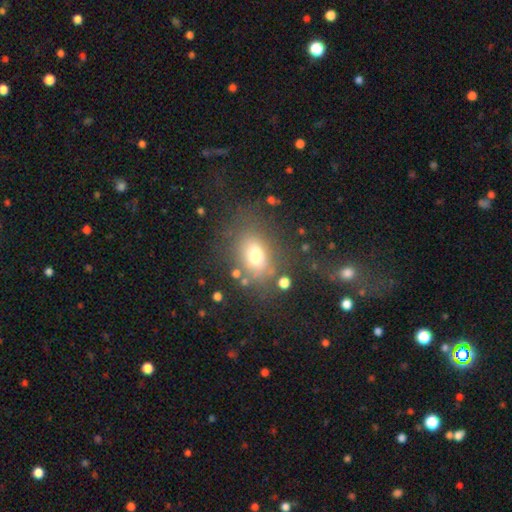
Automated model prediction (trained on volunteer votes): smooth 68%, featured or disk 17%, star or artifact 15%. Down the decision tree: how rounded — in between (66%); merging — none (68%).